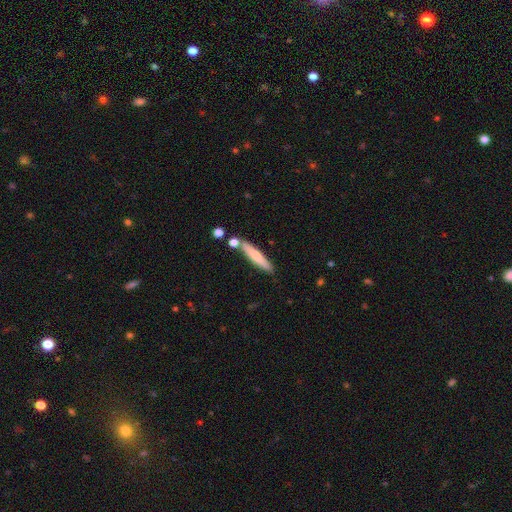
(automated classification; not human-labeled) Smooth or featured?
  - smooth: 69% *
  - featured or disk: 26%
  - star or artifact: 6%
How rounded?
  - cigar-shaped: 90% *
  - in between: 8%
  - round: 2%
Merging?
  - none: 75% *
  - minor disturbance: 13%
  - merger: 10%
  - major disturbance: 3%